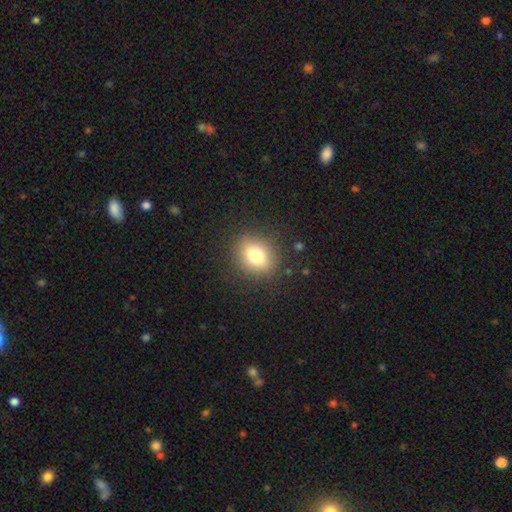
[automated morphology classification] Smooth or featured? smooth (78%)
How rounded? round (56%)
Merging? none (87%)